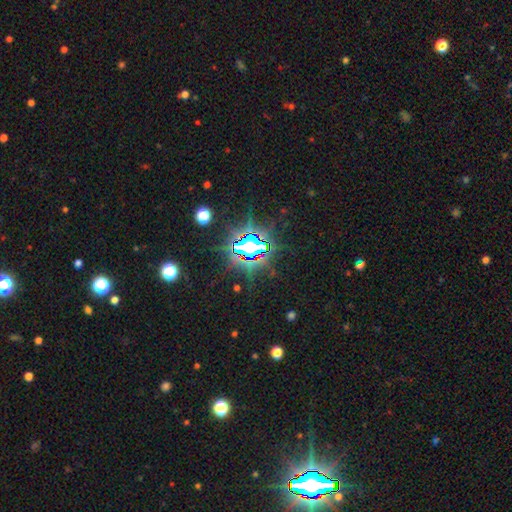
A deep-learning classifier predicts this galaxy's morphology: This appears to be a star or artifact, not a galaxy (78%).